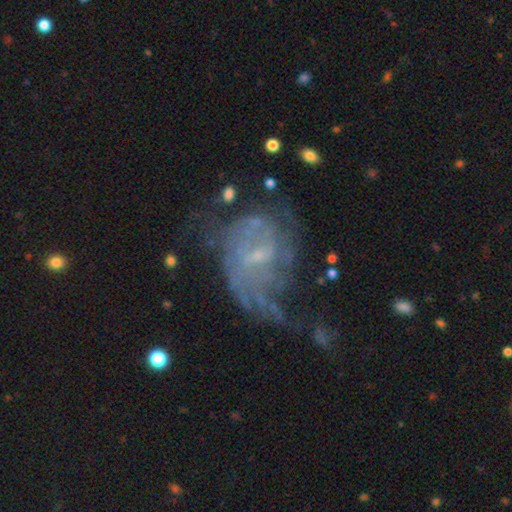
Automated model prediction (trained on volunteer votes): Smooth or featured? Predicted: featured or disk (p=0.75). Edge-on disk? Predicted: no (p=0.97). Bar? Predicted: weak (p=0.48). Spiral arms? Predicted: yes (p=0.77). Spiral winding? Predicted: medium (p=0.37). Spiral arm count? Predicted: can't tell (p=0.43). Bulge size? Predicted: small (p=0.68). Merging? Predicted: major disturbance (p=0.38).